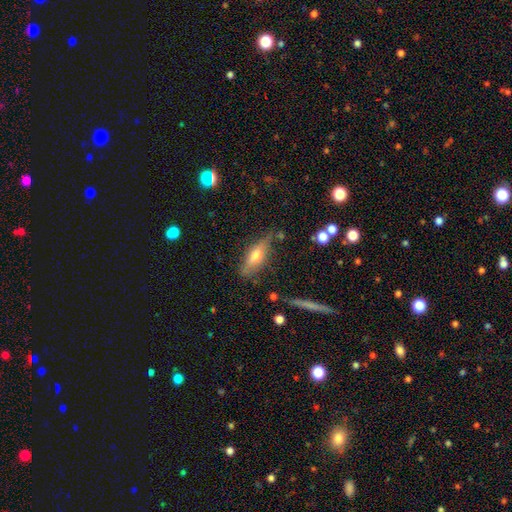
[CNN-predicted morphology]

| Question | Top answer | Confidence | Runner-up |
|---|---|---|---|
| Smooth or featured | smooth | 57% | featured or disk (35%) |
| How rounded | in between | 61% | cigar-shaped (36%) |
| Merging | none | 69% | minor disturbance (22%) |